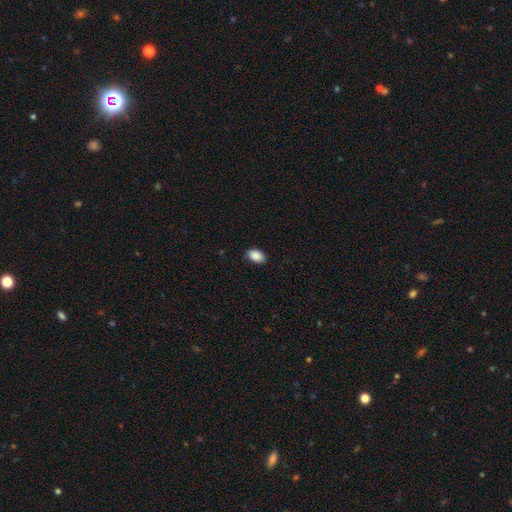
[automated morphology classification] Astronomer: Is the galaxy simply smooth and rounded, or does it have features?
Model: smooth — 90%.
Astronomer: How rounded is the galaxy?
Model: in between — 89%.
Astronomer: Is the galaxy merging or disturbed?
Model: none — 87%.